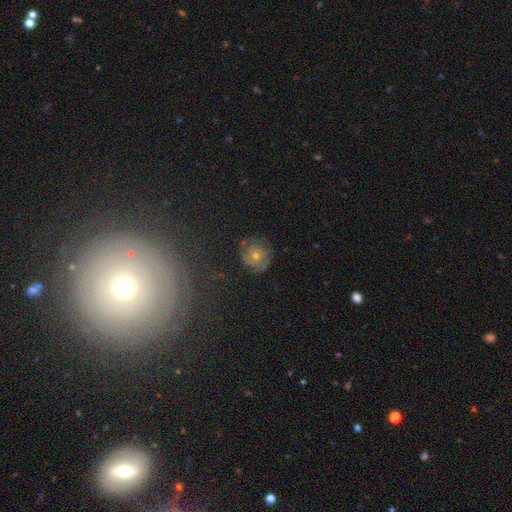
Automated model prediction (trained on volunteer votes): Morphology: type=featured or disk (55%); edge-on=no (96%); bar=no (81%); spiral arms=yes (82%); bulge=moderate (48%); merging=none (76%).